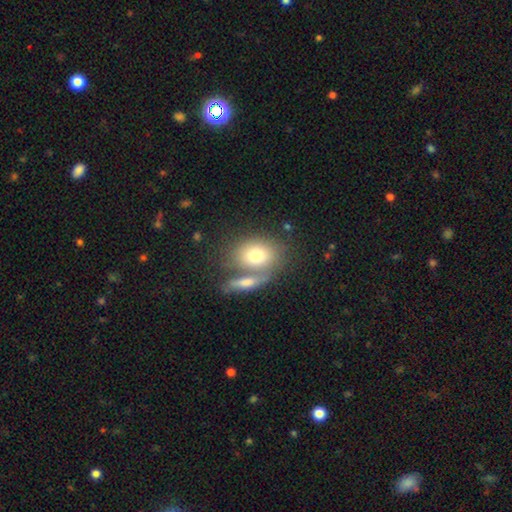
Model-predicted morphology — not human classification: smooth-or-featured: smooth: 73% | featured or disk: 20% | star or artifact: 8%
  how-rounded: in between: 63% | round: 34% | cigar-shaped: 3%
  merging: none: 41% (tied) | merger: 41% (tied) | minor disturbance: 12% | major disturbance: 6%